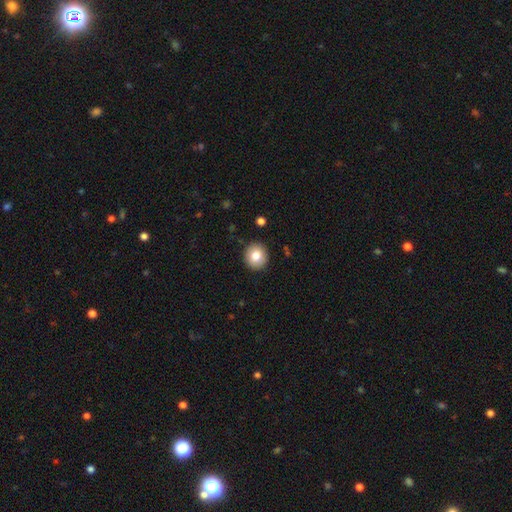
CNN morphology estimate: Smooth or featured? Predicted: smooth (p=0.81). How rounded? Predicted: round (p=0.87). Merging? Predicted: none (p=0.90).